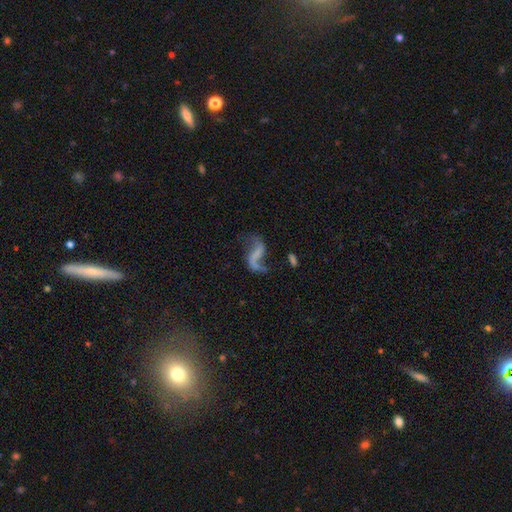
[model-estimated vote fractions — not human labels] A featured or disk galaxy (73%) with no bar (34%, tied with strong), 2 (79%) loose (89%) spiral arms (85%) and no central bulge (72%).

Vote fractions:
- Smooth or featured? featured or disk: 73% / smooth: 16% / star or artifact: 11%
- Edge-on disk? no: 97% / yes: 3%
- Bar? no: 34% (tied) / strong: 34% (tied) / weak: 32%
- Spiral arms? yes: 85% / no: 15%
- Spiral winding? loose: 89% / medium: 9% / tight: 2%
- Spiral arm count? 2: 79% / 1: 16% / can't tell: 2% / 3: 1% / 4: 1% / more than 4: 1%
- Bulge size? none: 72% / small: 16% / moderate: 7% / large: 3% / dominant: 2%
- Merging? none: 53% / major disturbance: 24% / minor disturbance: 17% / merger: 7%